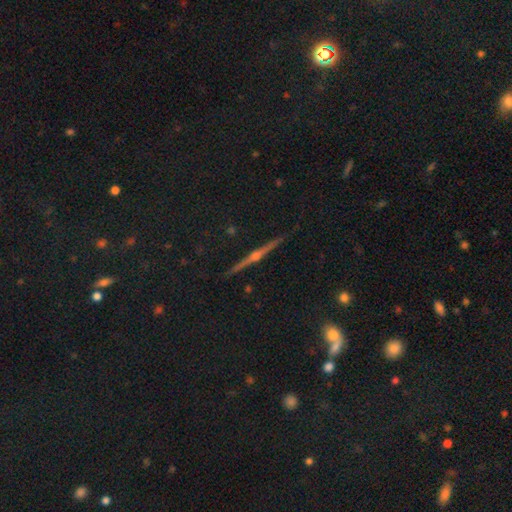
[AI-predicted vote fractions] This appears to be a featured or disk galaxy (83%) viewed edge-on (99%) with a rounded central bulge (92%). Merging: none (93%).